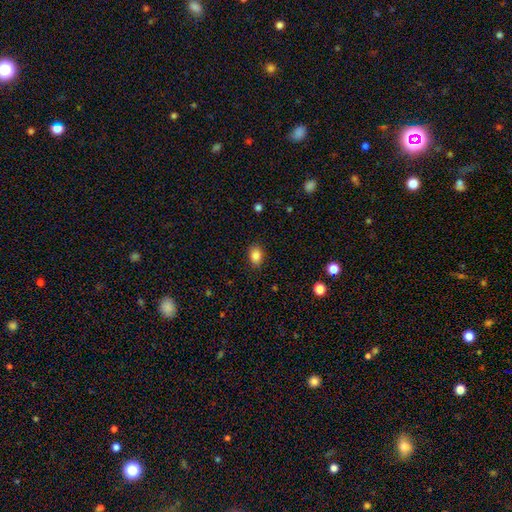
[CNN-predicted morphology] Smooth or featured? smooth (86%)
How rounded? in between (72%)
Merging? none (85%)